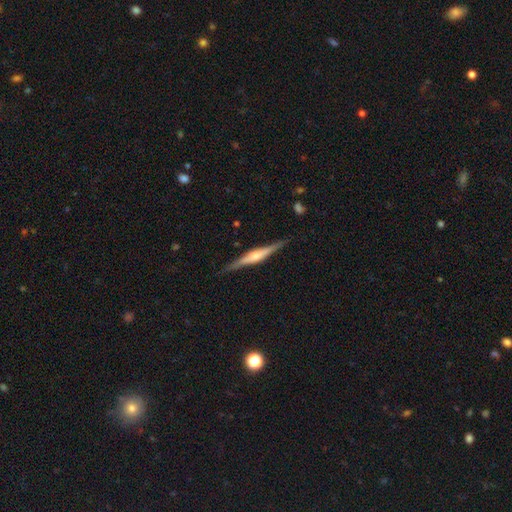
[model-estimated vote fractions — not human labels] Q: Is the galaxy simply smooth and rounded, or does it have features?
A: featured or disk — 76%.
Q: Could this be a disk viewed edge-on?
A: yes — 98%.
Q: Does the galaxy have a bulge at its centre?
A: rounded — 76%.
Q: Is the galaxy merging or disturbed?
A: none — 88%.